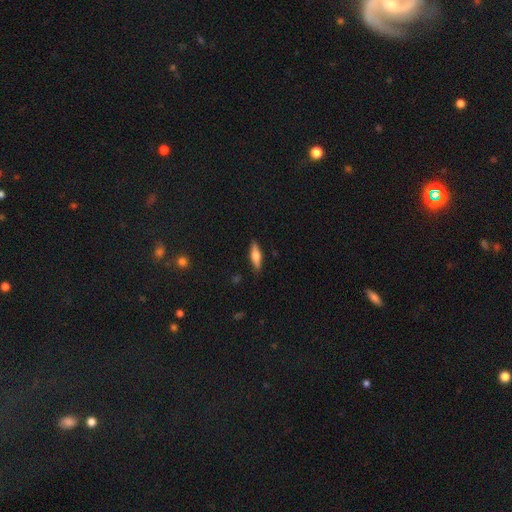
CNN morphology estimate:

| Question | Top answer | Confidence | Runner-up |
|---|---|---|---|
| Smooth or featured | smooth | 53% | featured or disk (41%) |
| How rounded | cigar-shaped | 56% | in between (41%) |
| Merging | none | 87% | minor disturbance (10%) |